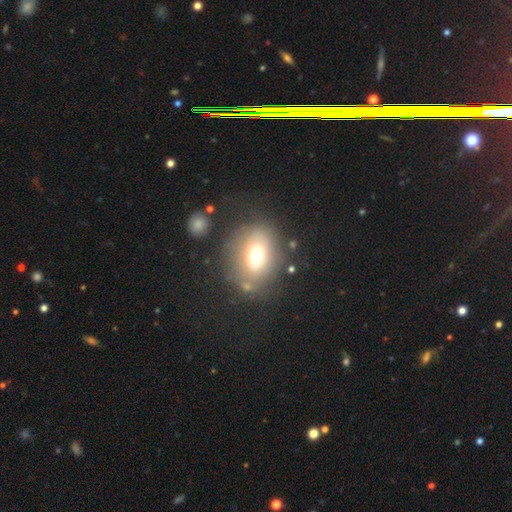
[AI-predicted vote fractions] Morphology: type=smooth (68%); roundness=in between (61%); merging=none (66%).